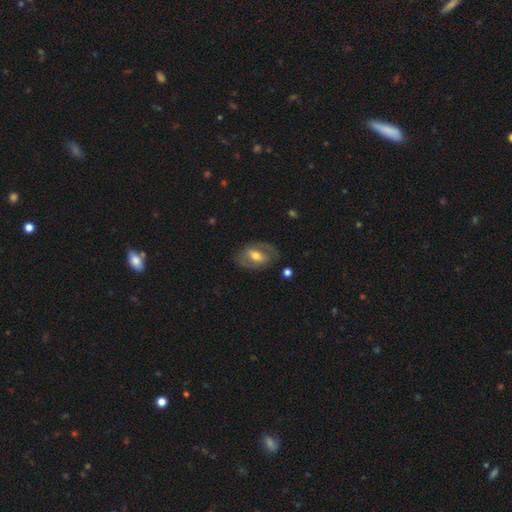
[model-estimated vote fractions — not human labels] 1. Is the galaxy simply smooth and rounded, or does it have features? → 64% featured or disk, 30% smooth, 6% star or artifact.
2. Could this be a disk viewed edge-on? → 93% no, 7% yes.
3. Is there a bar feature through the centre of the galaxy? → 39% weak, 32% strong, 28% no.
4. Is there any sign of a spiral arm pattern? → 61% yes, 39% no.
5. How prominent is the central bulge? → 66% moderate, 22% small, 10% large, 2% none, 1% dominant.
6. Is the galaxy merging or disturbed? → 73% none, 16% minor disturbance, 9% major disturbance, 2% merger.